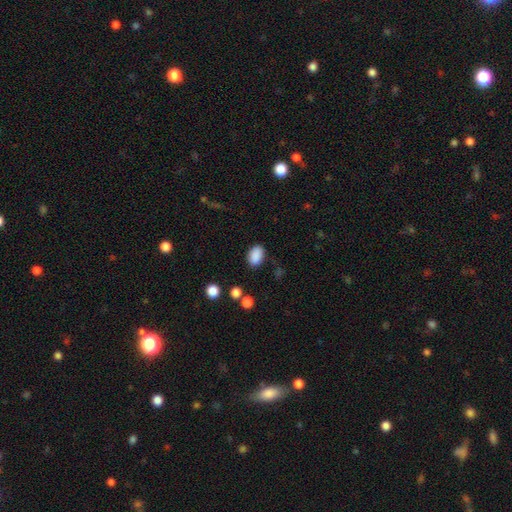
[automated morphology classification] This is clearly a smooth galaxy (88%). How rounded: clearly in between (87%). Merging: clearly none (84%).